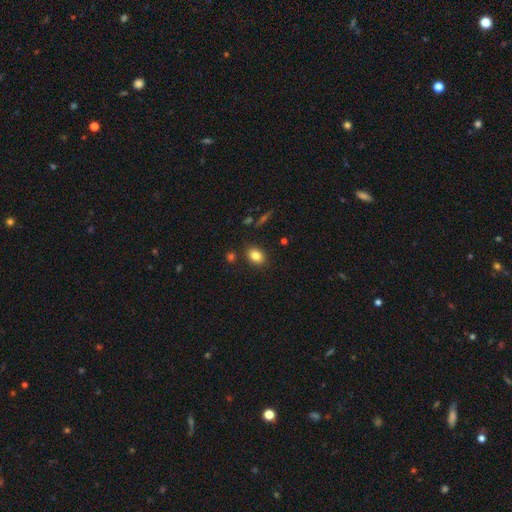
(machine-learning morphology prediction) This is clearly a smooth galaxy (83%). How rounded: likely in between (67%). Merging: clearly none (85%).